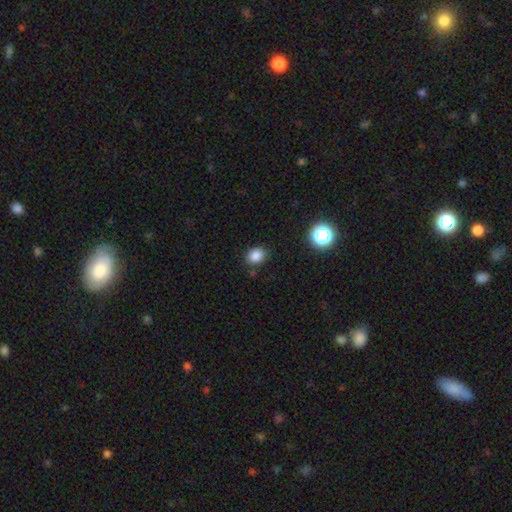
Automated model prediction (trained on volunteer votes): Smooth or featured? Predicted: smooth (p=0.84). How rounded? Predicted: round (p=0.51). Merging? Predicted: none (p=0.83).